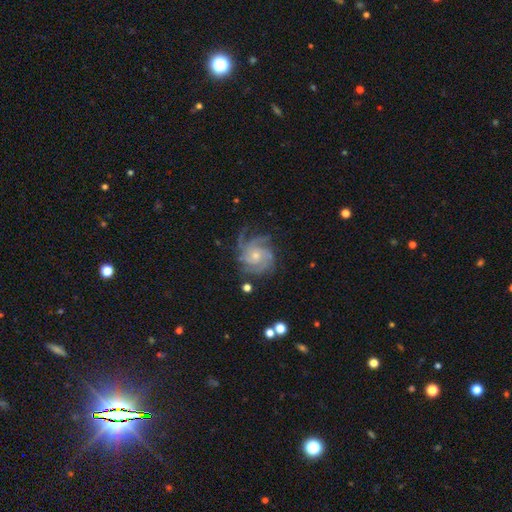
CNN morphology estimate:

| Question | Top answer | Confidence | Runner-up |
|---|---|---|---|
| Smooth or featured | featured or disk | 89% | star or artifact (5%) |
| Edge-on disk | no | 98% | yes (2%) |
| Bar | no | 75% | weak (21%) |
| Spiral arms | yes | 98% | no (2%) |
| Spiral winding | tight | 62% | medium (32%) |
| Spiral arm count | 4 | 31% | 3 (28%) |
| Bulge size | small | 58% | moderate (37%) |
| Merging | none | 69% | minor disturbance (19%) |